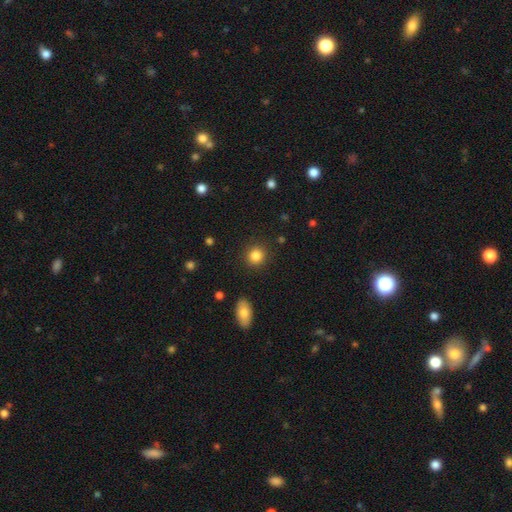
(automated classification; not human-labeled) smooth-or-featured: smooth: 85% | star or artifact: 10% | featured or disk: 5%
  how-rounded: round: 88% | in between: 11% | cigar-shaped: 1%
  merging: none: 90% | minor disturbance: 6% | major disturbance: 2% | merger: 2%